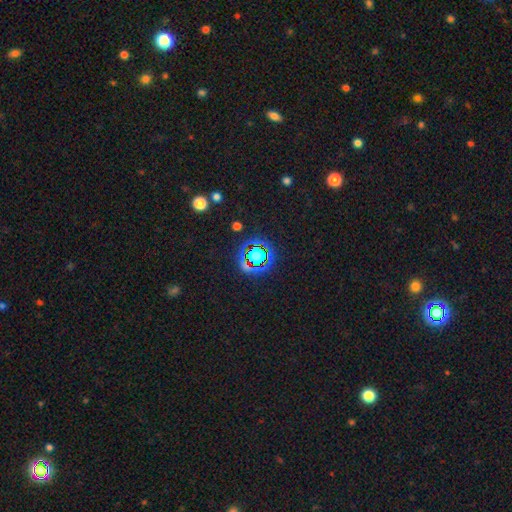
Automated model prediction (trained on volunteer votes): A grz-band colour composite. It shows a star or artifact, not a galaxy (64%).